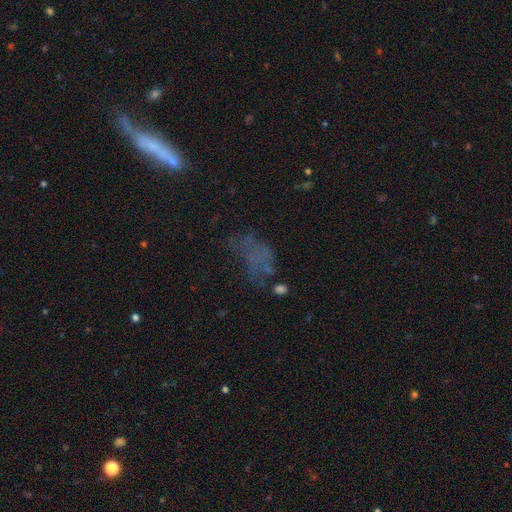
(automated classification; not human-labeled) Smooth or featured: smooth — 40% (featured or disk — 33%)
Merging: none — 37% (major disturbance — 34%)